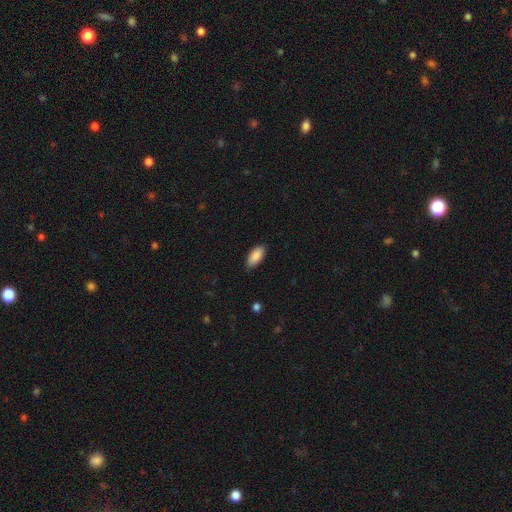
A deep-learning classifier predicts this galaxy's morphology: smooth_or_featured: smooth (p=0.89) [alt: star or artifact p=0.06]
how_rounded: in between (p=0.91) [alt: cigar-shaped p=0.07]
merging: none (p=0.82) [alt: minor disturbance p=0.14]